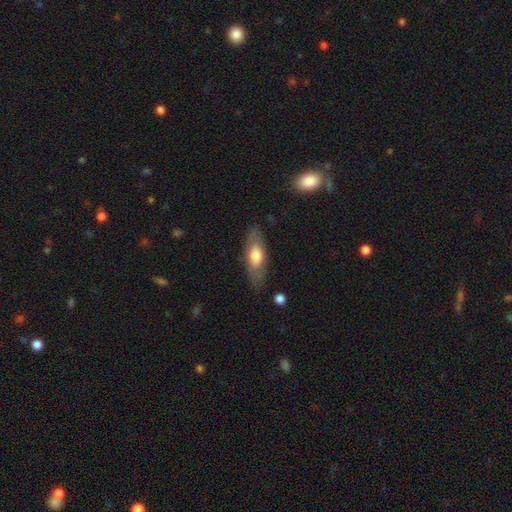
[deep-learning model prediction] Q: Smooth or featured?
A: smooth (60%); runner-up: featured or disk (34%)
Q: How rounded?
A: in between (73%); runner-up: cigar-shaped (24%)
Q: Merging?
A: none (79%); runner-up: minor disturbance (15%)